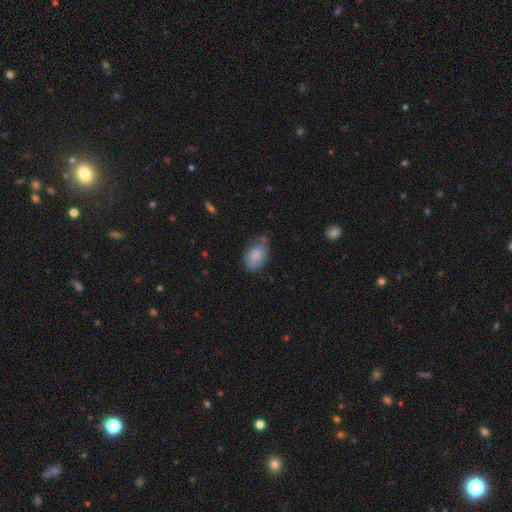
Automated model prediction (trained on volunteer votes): Smooth or featured: smooth — 84% (featured or disk — 9%)
How rounded: in between — 88% (round — 11%)
Merging: none — 63% (minor disturbance — 27%)